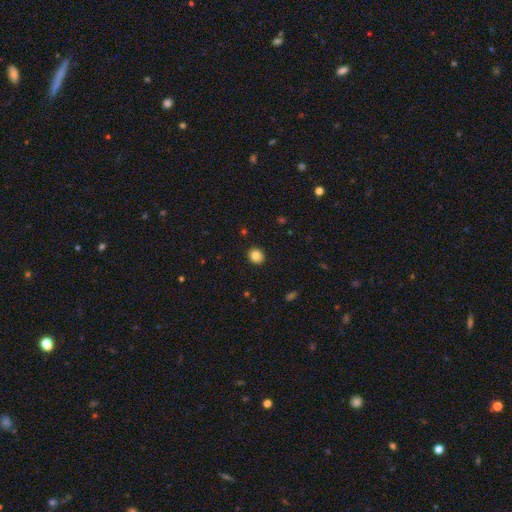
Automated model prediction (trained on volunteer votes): Smooth or featured? Predicted: smooth (p=0.84). How rounded? Predicted: round (p=0.83). Merging? Predicted: none (p=0.91).